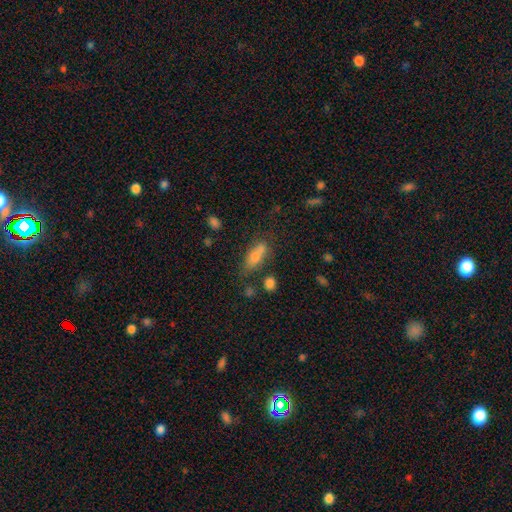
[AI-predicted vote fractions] A smooth galaxy with no disk features (68%) that is in between round and cigar-shaped (65%).

Vote fractions:
- Smooth or featured? smooth: 68% / featured or disk: 18% / star or artifact: 14%
- How rounded? in between: 65% / cigar-shaped: 29% / round: 6%
- Merging? none: 51% / merger: 21% / minor disturbance: 19% / major disturbance: 9%